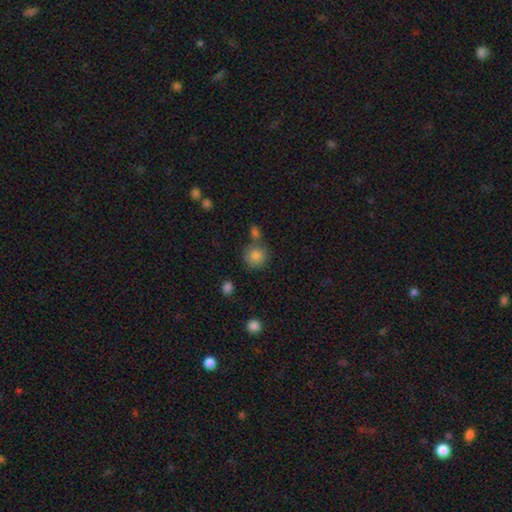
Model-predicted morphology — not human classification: Smooth or featured? Predicted: smooth (p=0.84). How rounded? Predicted: round (p=0.89). Merging? Predicted: none (p=0.63).